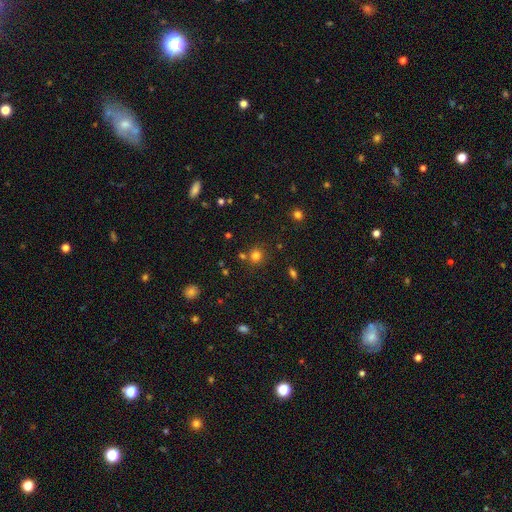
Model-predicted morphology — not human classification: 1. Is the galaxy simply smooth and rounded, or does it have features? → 77% smooth, 17% star or artifact, 6% featured or disk.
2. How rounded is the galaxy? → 90% round, 9% in between, 1% cigar-shaped.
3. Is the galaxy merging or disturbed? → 78% none, 11% merger, 8% minor disturbance, 3% major disturbance.